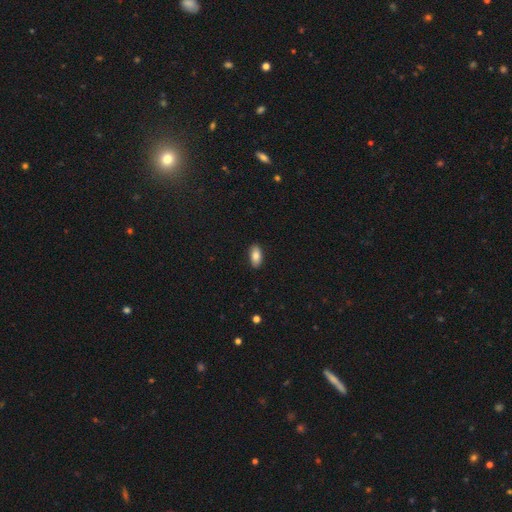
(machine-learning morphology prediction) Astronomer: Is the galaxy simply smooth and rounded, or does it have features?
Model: smooth — 84%.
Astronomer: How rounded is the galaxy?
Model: in between — 91%.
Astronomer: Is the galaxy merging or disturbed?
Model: none — 89%.